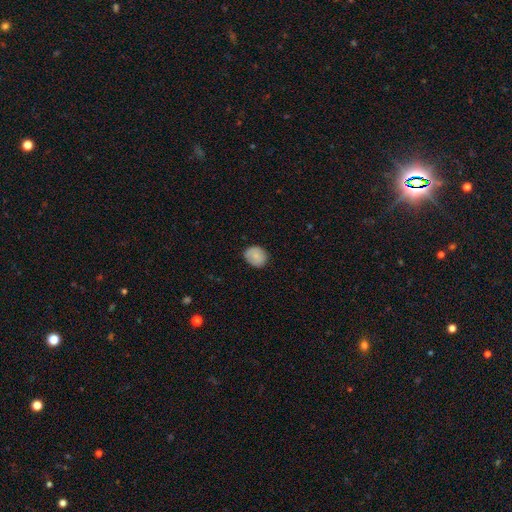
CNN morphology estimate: Smooth or featured: smooth — 80% (featured or disk — 12%)
How rounded: round — 66% (in between — 33%)
Merging: none — 83% (minor disturbance — 13%)